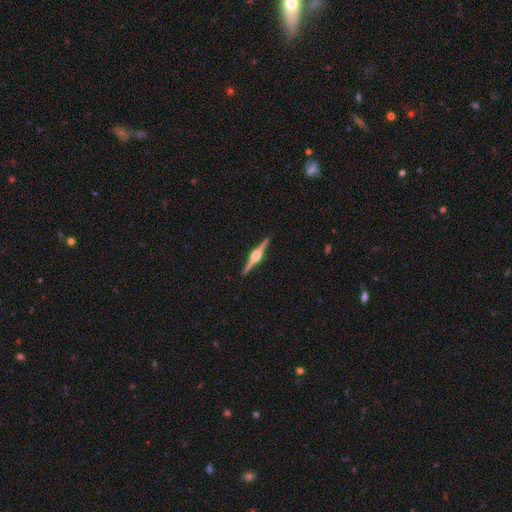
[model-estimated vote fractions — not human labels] Smooth or featured? Predicted: featured or disk (p=0.88). Edge-on disk? Predicted: yes (p=0.99). Edge-on bulge? Predicted: rounded (p=0.95). Merging? Predicted: none (p=0.93).